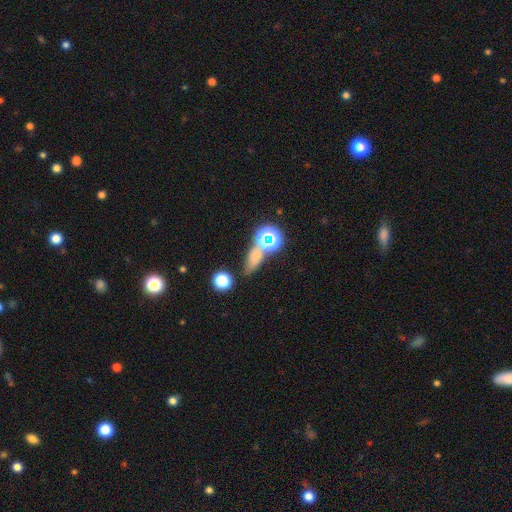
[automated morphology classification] type=smooth (57%); roundness=in between (52%); merging=none (60%).